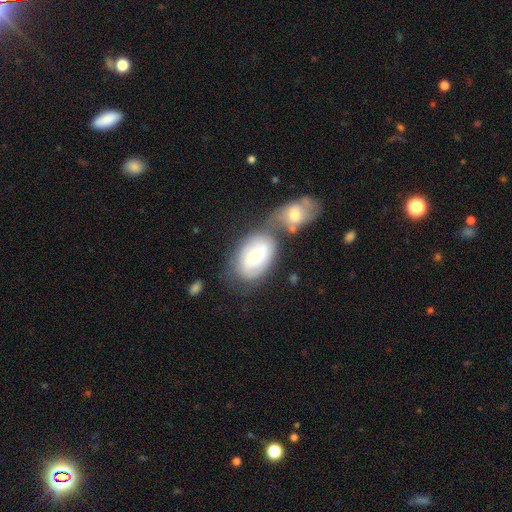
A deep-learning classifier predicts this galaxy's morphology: Smooth or featured? Predicted: smooth (p=0.47). Merging? Predicted: none (p=0.41).